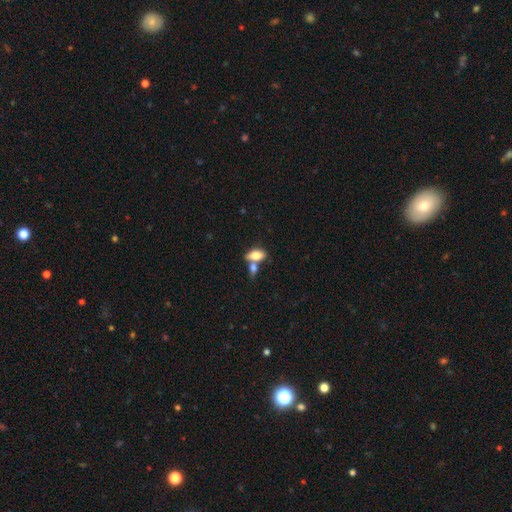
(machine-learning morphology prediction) type=smooth (73%); roundness=in between (87%); merging=merger (46%).